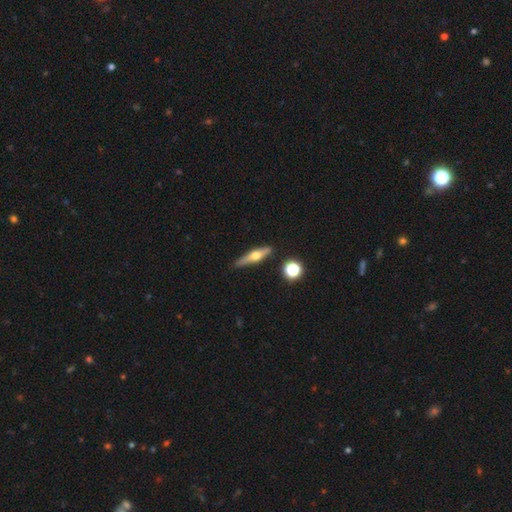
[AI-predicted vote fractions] Smooth or featured: featured or disk — 58% (smooth — 35%)
Edge-on disk: yes — 94% (no — 6%)
Edge-on bulge: rounded — 94% (none — 3%)
Merging: none — 83% (minor disturbance — 12%)